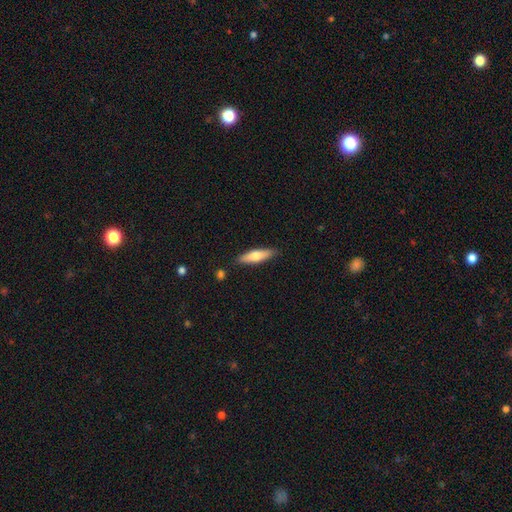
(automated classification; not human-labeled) A smooth galaxy with no disk features (61%) that is cigar-shaped (65%). Merging: none (85%).